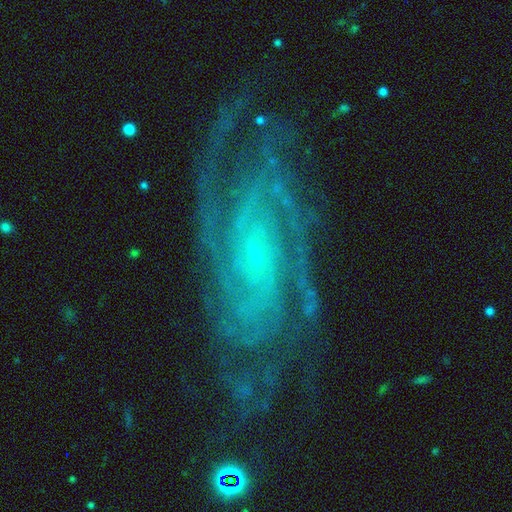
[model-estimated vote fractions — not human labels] featured or disk 90%, star or artifact 6%, smooth 4%. Down the decision tree: edge-on disk — no (95%); bar — no (60%); spiral arms — yes (98%); spiral arm count — 2 (23%); spiral winding — tight (65%); bulge size — small (86%); merging — none (76%).